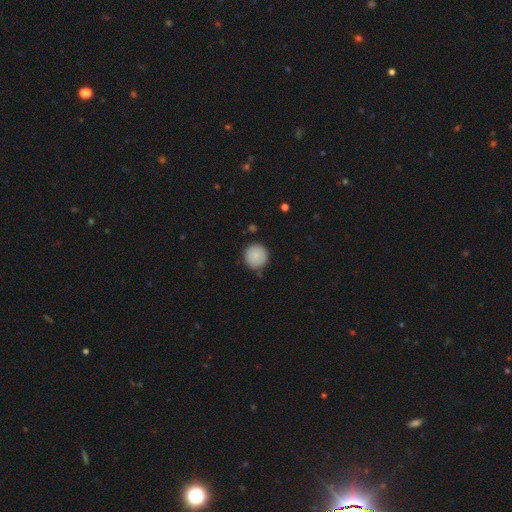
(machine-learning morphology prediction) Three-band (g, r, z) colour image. It shows a smooth galaxy with no disk features (87%) that is round (95%). Merging: none (85%).